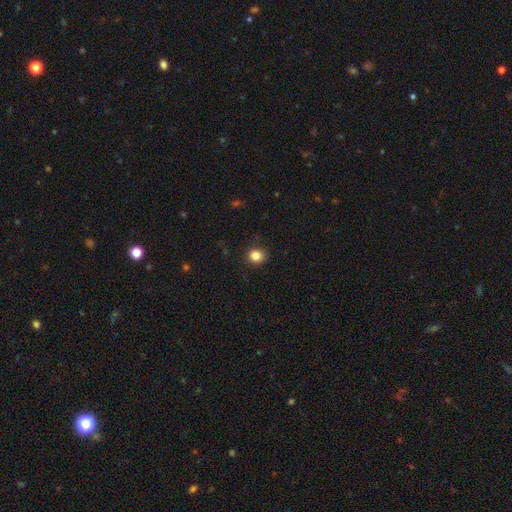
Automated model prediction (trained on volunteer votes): Smooth or featured? smooth (83%)
How rounded? round (84%)
Merging? none (89%)